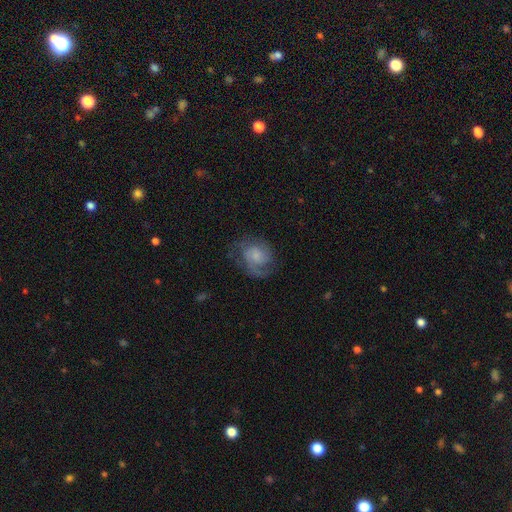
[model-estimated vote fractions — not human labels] This is likely a featured or disk galaxy (65%). It is clearly not viewed edge-on (98%). Bar: likely no (70%). Spiral arm pattern: clearly yes (90%). Spiral arm count: possibly 2 (49%). Spiral winding: marginally medium (44%). Central bulge: marginally small (40%). Merging: possibly none (60%).